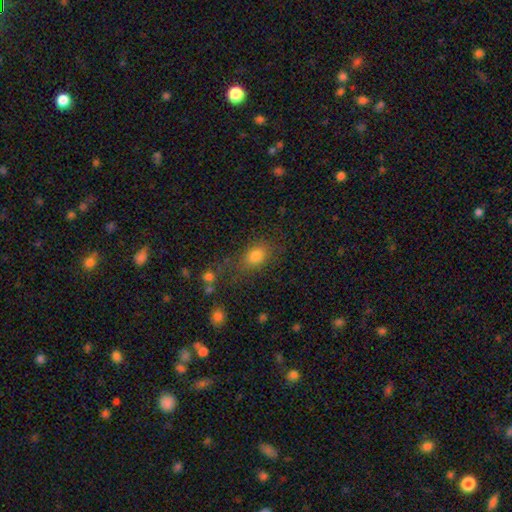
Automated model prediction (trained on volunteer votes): Morphology: type=smooth (79%); roundness=in between (62%); merging=none (62%).